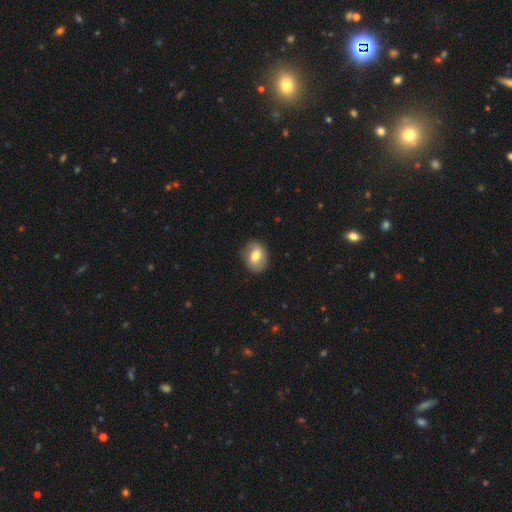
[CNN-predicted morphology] type=smooth (67%); roundness=round (50%); merging=none (79%).